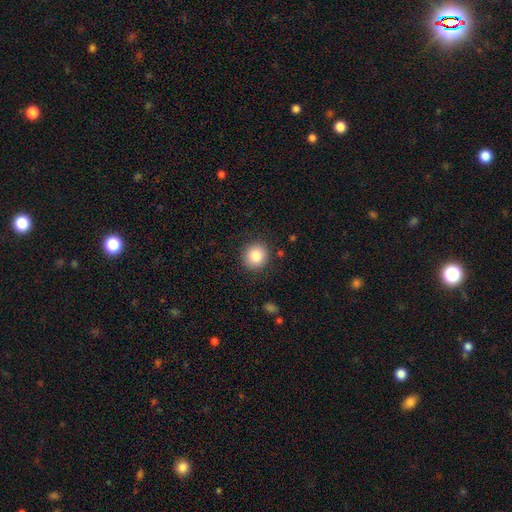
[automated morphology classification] Overall: smooth (84%). How rounded: round (87%). Merging: none (89%).